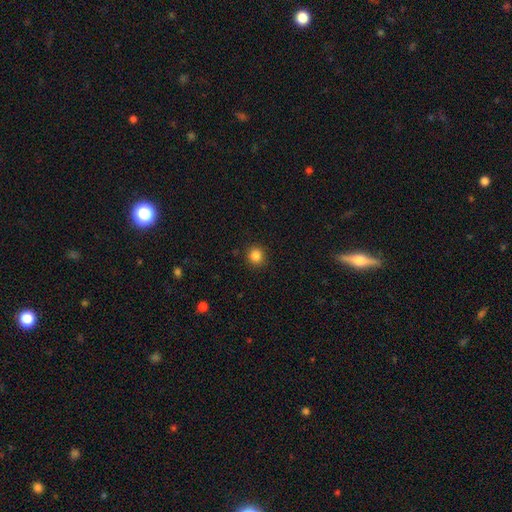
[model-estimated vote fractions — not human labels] Smooth or featured? Predicted: smooth (p=0.85). How rounded? Predicted: round (p=0.90). Merging? Predicted: none (p=0.90).